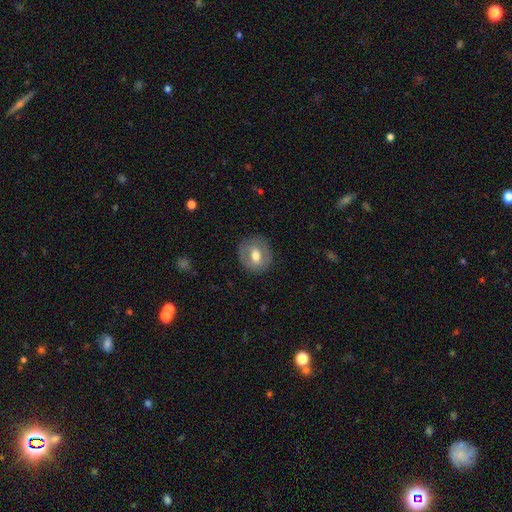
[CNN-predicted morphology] This is possibly a smooth galaxy (53%). How rounded: likely round (76%). Merging: clearly none (83%).